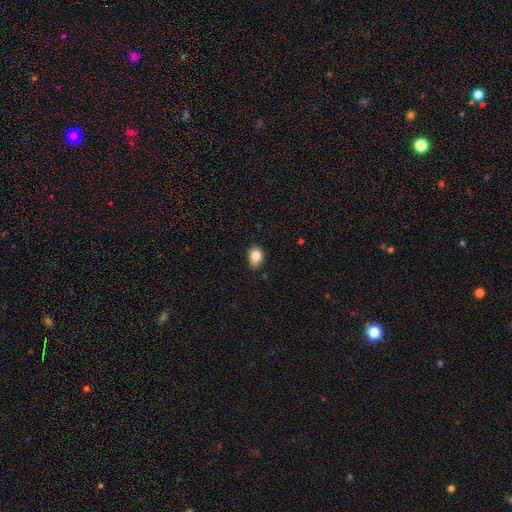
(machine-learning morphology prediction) Smooth or featured?
  - smooth: 85% *
  - star or artifact: 10%
  - featured or disk: 6%
How rounded?
  - in between: 63% *
  - round: 36%
  - cigar-shaped: 1%
Merging?
  - none: 65% *
  - minor disturbance: 29%
  - major disturbance: 4%
  - merger: 2%